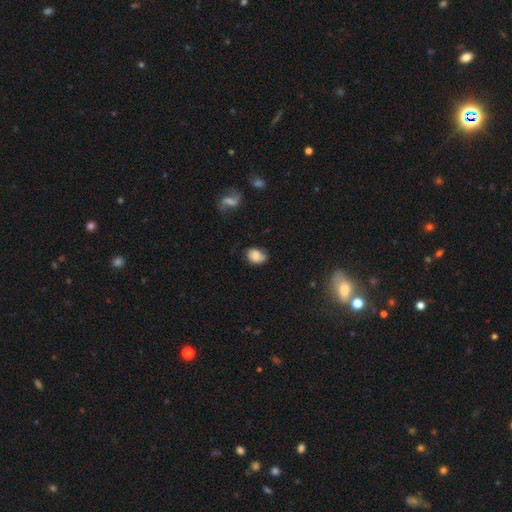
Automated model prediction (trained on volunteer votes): This appears to be a smooth galaxy with no disk features (71%) that is in between round and cigar-shaped (68%). Merging: none (53%).